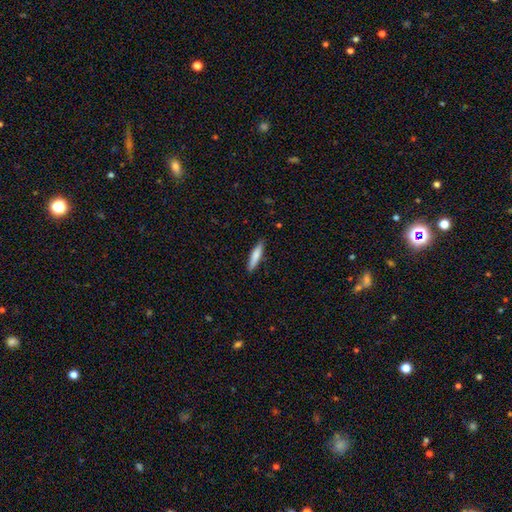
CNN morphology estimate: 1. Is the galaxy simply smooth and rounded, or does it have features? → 77% smooth, 18% featured or disk, 6% star or artifact.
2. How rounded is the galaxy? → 83% cigar-shaped, 15% in between, 1% round.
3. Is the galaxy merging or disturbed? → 89% none, 9% minor disturbance, 2% major disturbance, 1% merger.